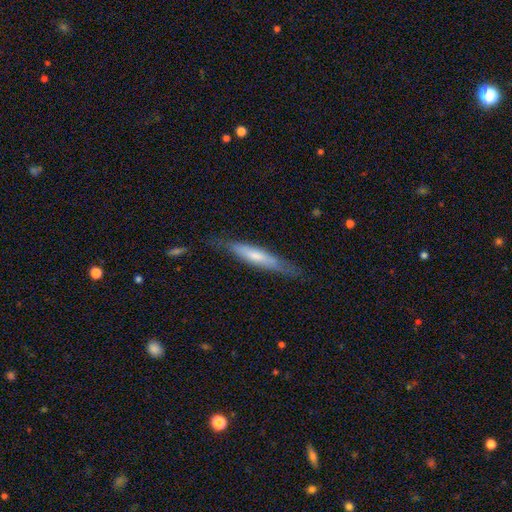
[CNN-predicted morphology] The model was most divided on "smooth or featured": smooth: 56%, featured or disk: 39%, star or artifact: 6%. More confident: how rounded — cigar-shaped (88%); merging — none (75%).